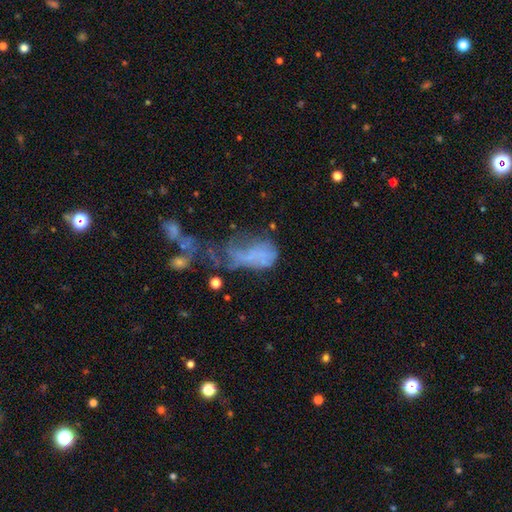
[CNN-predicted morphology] smooth_or_featured: featured or disk (p=0.42) [alt: smooth p=0.40]
merging: major disturbance (p=0.52) [alt: merger p=0.23]